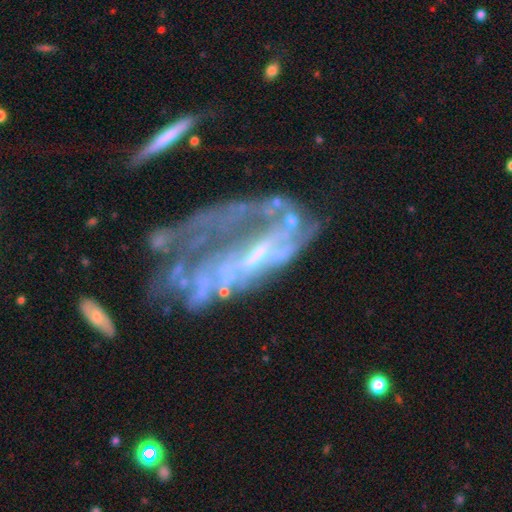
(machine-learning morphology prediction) Smooth or featured?
  - featured or disk: 77% *
  - smooth: 12%
  - star or artifact: 12%
Edge-on disk?
  - no: 92% *
  - yes: 8%
Bar?
  - no: 49% *
  - weak: 32%
  - strong: 19%
Spiral arms?
  - yes: 52% *
  - no: 48%
Bulge size?
  - small: 40% *
  - none: 35%
  - moderate: 21%
  - large: 3%
  - dominant: 1%
Merging?
  - major disturbance: 44% *
  - none: 24%
  - minor disturbance: 17%
  - merger: 14%